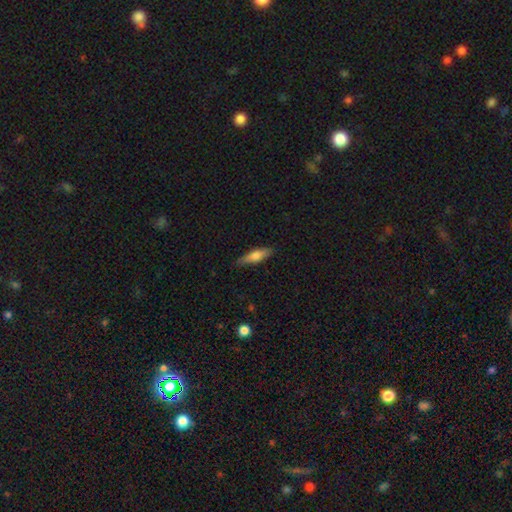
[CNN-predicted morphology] This is likely a smooth galaxy (62%). How rounded: likely cigar-shaped (63%). Merging: clearly none (84%).